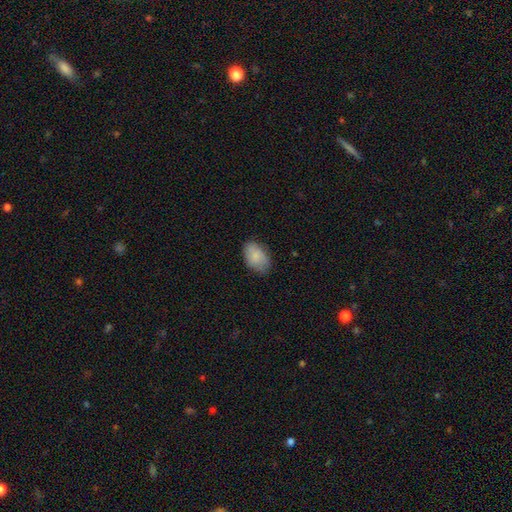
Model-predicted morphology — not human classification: Smooth or featured: smooth — 82% (featured or disk — 11%)
How rounded: in between — 89% (round — 10%)
Merging: none — 75% (minor disturbance — 20%)